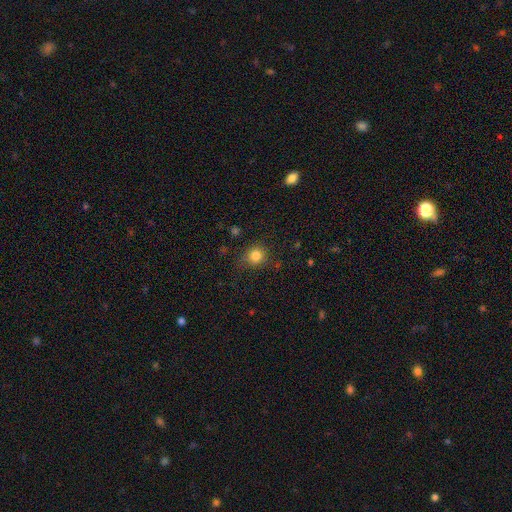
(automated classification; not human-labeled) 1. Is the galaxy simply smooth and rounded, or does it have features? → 82% smooth, 12% star or artifact, 5% featured or disk.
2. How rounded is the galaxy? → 86% round, 13% in between, 1% cigar-shaped.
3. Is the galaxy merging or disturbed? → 77% none, 16% minor disturbance, 5% major disturbance, 2% merger.